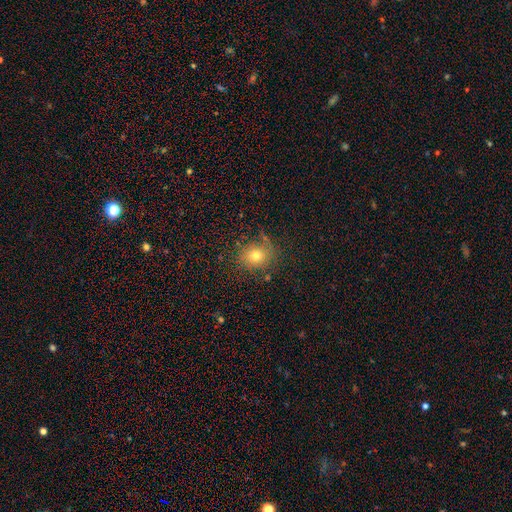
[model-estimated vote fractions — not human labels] Smooth or featured?
  - smooth: 73% *
  - star or artifact: 16%
  - featured or disk: 11%
How rounded?
  - round: 79% *
  - in between: 20%
  - cigar-shaped: 1%
Merging?
  - none: 79% *
  - minor disturbance: 13%
  - major disturbance: 5%
  - merger: 3%